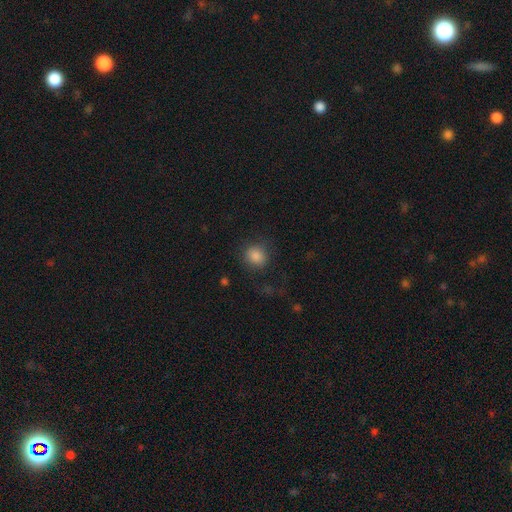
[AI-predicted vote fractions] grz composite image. It shows a smooth galaxy with no disk features (84%) that is round (81%). Merging: none (77%).